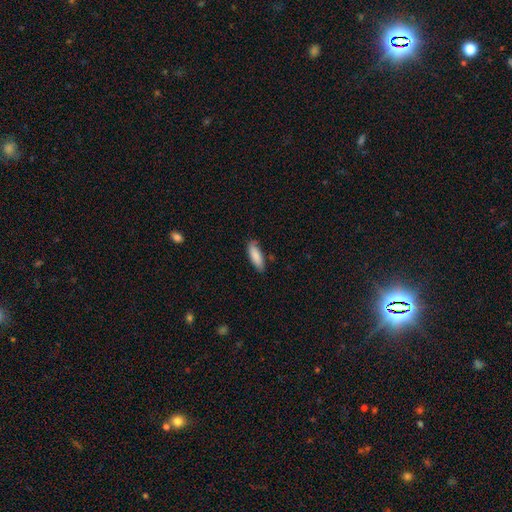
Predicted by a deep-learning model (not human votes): Smooth or featured?
  - smooth: 87% *
  - featured or disk: 7%
  - star or artifact: 6%
How rounded?
  - in between: 60% *
  - cigar-shaped: 39%
  - round: 1%
Merging?
  - none: 76% *
  - minor disturbance: 19%
  - major disturbance: 3%
  - merger: 2%